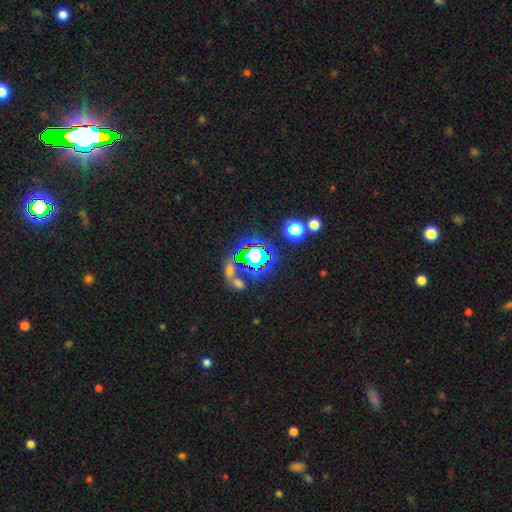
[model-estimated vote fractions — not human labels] Q: Smooth or featured?
A: star or artifact (60%); runner-up: smooth (26%)